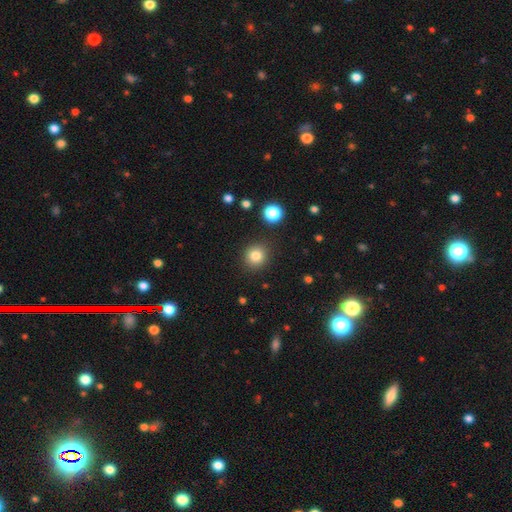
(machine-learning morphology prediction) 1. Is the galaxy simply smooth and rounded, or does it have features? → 82% smooth, 12% star or artifact, 6% featured or disk.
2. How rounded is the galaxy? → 87% round, 12% in between, 1% cigar-shaped.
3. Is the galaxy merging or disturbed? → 88% none, 7% minor disturbance, 3% major disturbance, 2% merger.